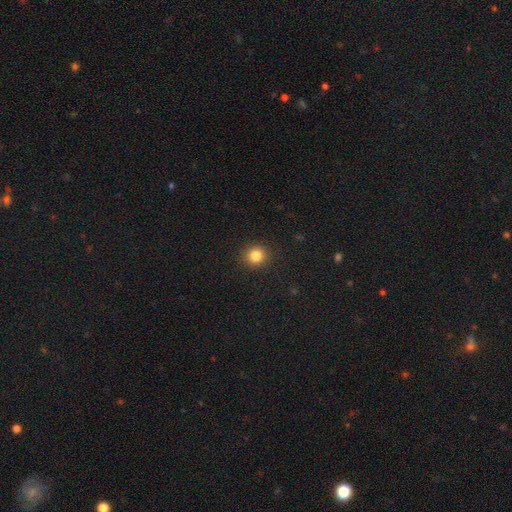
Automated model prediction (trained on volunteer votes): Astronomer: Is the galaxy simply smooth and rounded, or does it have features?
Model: smooth — 84%.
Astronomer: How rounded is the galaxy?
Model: round — 90%.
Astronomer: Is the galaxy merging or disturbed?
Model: none — 91%.